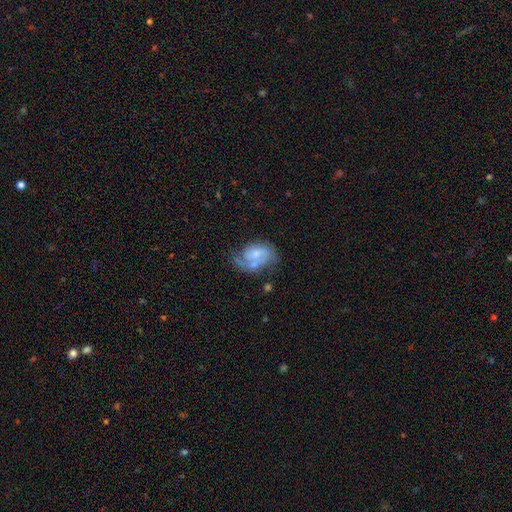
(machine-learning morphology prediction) The model was most divided on "spiral arm count": 2: 40%, 1: 39%, can't tell: 14%, 3: 4%, 4: 1%, more than 4: 1%. Remaining: edge-on disk — no (97%); spiral arms — yes (86%); smooth or featured — featured or disk (70%); bar — no (57%); bulge size — small (43%); spiral winding — medium (42%); merging — none (42%).